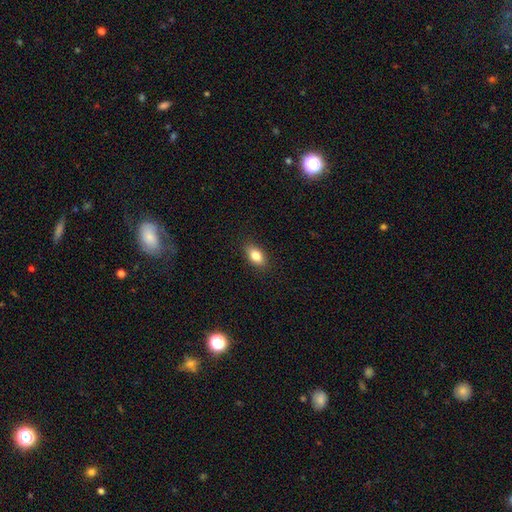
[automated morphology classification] This is clearly a smooth galaxy (83%). How rounded: clearly in between (88%). Merging: clearly none (88%).